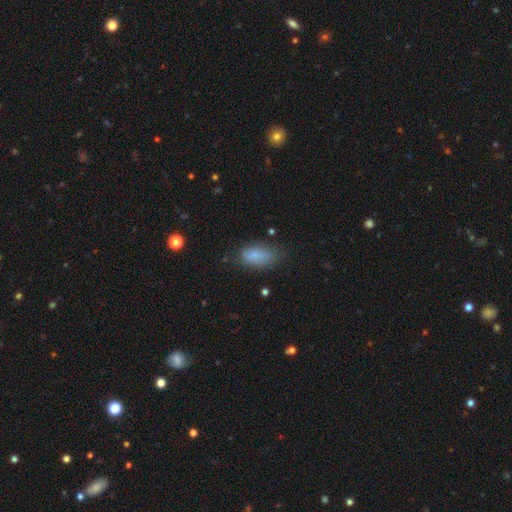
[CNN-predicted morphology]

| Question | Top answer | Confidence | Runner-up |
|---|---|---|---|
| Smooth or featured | smooth | 84% | star or artifact (9%) |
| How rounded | in between | 89% | cigar-shaped (7%) |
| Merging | none | 67% | minor disturbance (24%) |